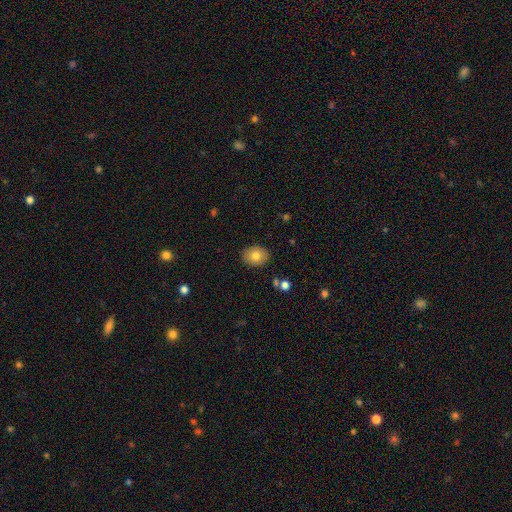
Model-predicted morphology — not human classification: Smooth or featured? smooth (80%)
How rounded? in between (55%)
Merging? none (88%)